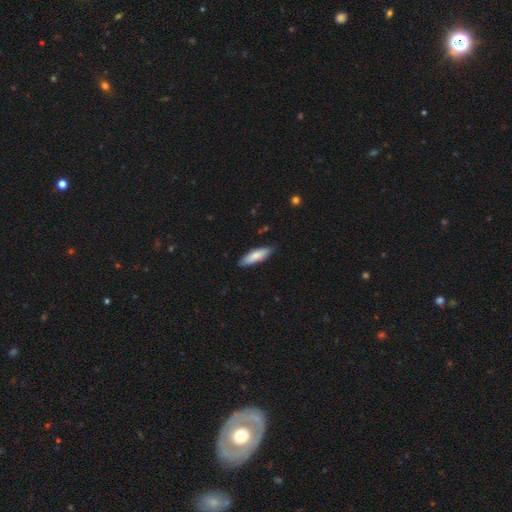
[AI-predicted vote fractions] This appears to be a smooth galaxy with no disk features (78%) that is cigar-shaped (54%). Merging: none (85%).